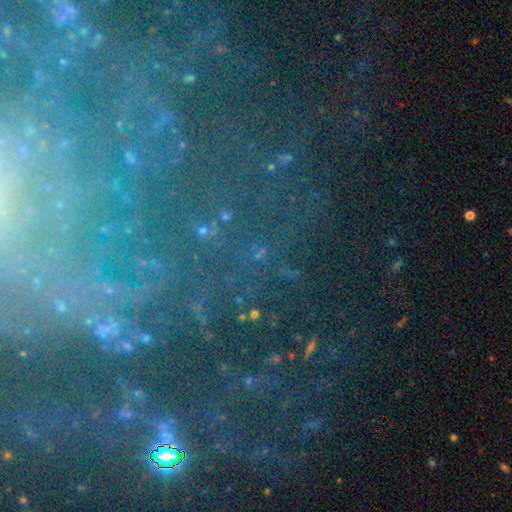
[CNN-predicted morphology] Smooth or featured?
  - star or artifact: 67% *
  - featured or disk: 20%
  - smooth: 13%